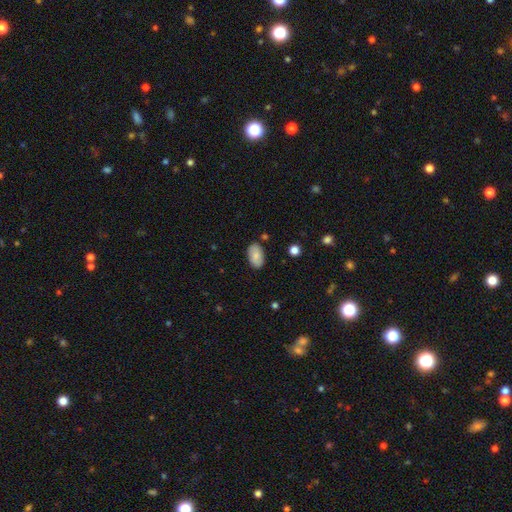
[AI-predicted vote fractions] A smooth galaxy with no disk features (82%) that is in between round and cigar-shaped (94%).

Vote fractions:
- Smooth or featured? smooth: 82% / featured or disk: 12% / star or artifact: 7%
- How rounded? in between: 94% / round: 4% / cigar-shaped: 1%
- Merging? none: 84% / minor disturbance: 11% / major disturbance: 2% / merger: 2%